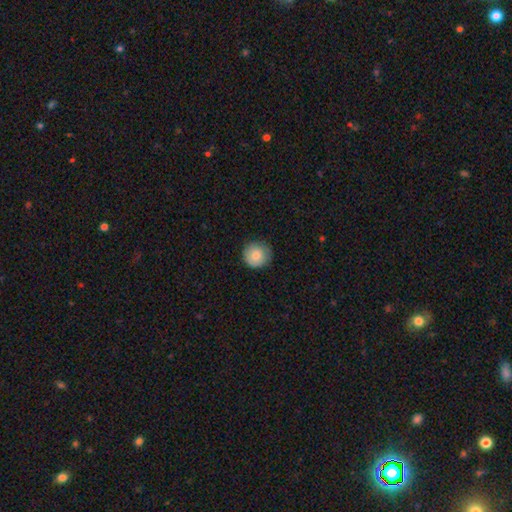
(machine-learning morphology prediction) Smooth or featured? Predicted: smooth (p=0.85). How rounded? Predicted: round (p=0.95). Merging? Predicted: none (p=0.83).